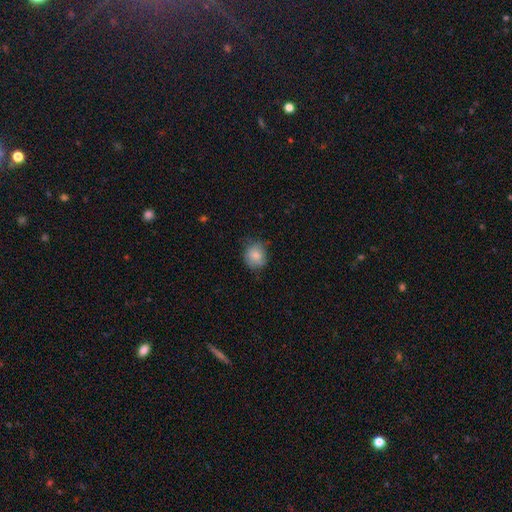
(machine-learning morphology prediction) Smooth or featured: smooth — 81% (featured or disk — 11%)
How rounded: round — 77% (in between — 22%)
Merging: none — 70% (minor disturbance — 23%)